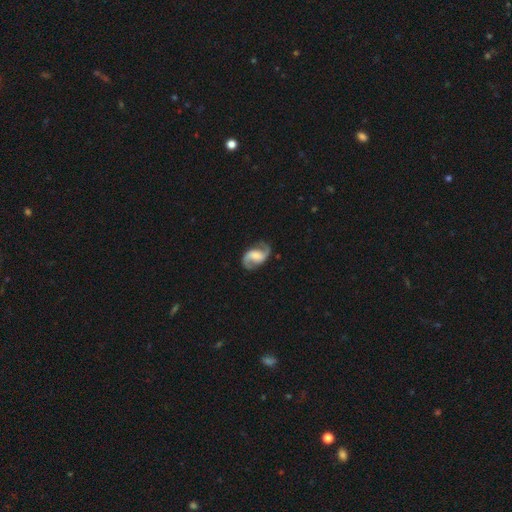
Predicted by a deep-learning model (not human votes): This appears to be a featured or disk galaxy (85%) with a weak bar (44%), 2 (93%) medium (45%) spiral arms (96%) and a moderate central bulge (41%). Merging: none (78%).